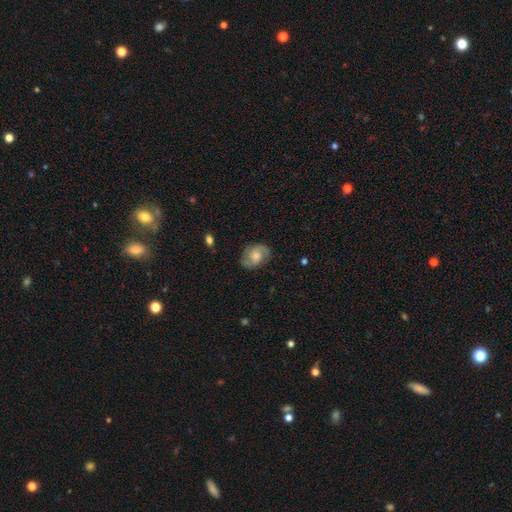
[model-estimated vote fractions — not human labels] Smooth or featured? featured or disk (63%)
Edge-on disk? no (97%)
Bar? no (70%)
Spiral arms? yes (90%)
Spiral winding? medium (47%)
Spiral arm count? 2 (82%)
Bulge size? moderate (51%)
Merging? none (78%)